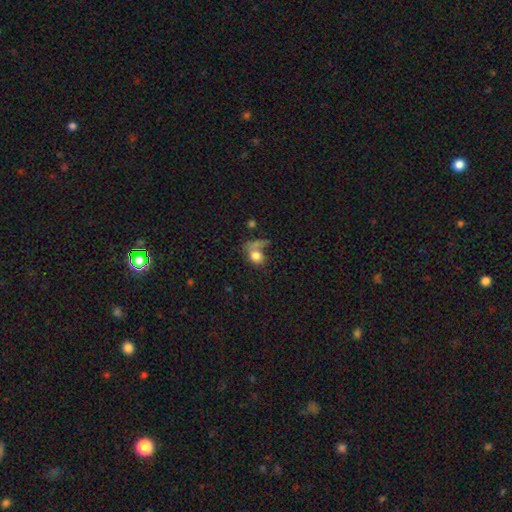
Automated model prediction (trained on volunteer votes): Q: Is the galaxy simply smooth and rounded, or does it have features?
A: smooth — 76%.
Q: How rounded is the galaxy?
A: round — 50%.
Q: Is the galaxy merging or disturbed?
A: none — 39%.